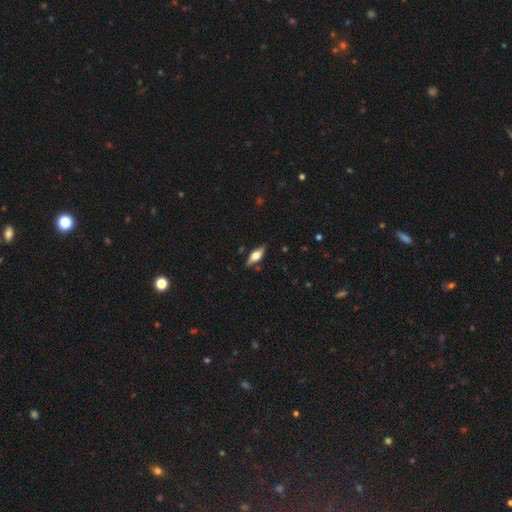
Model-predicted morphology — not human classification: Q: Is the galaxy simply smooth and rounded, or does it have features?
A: featured or disk — 53%.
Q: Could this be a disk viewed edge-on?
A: yes — 91%.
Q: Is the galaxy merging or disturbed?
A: none — 83%.